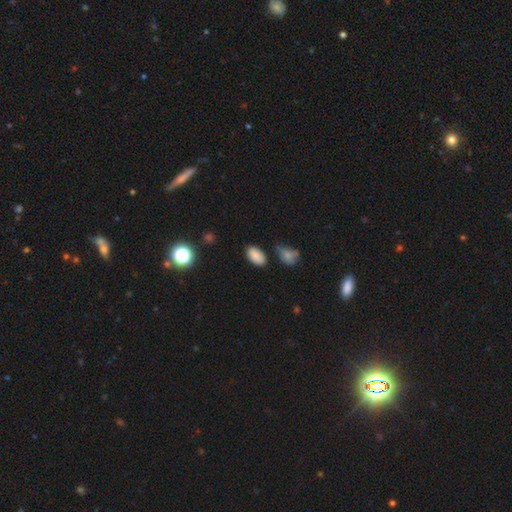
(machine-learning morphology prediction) A smooth galaxy with no disk features (85%) that is in between round and cigar-shaped (93%).

Vote fractions:
- Smooth or featured? smooth: 85% / star or artifact: 10% / featured or disk: 5%
- How rounded? in between: 93% / round: 5% / cigar-shaped: 2%
- Merging? none: 77% / minor disturbance: 14% / merger: 5% / major disturbance: 3%